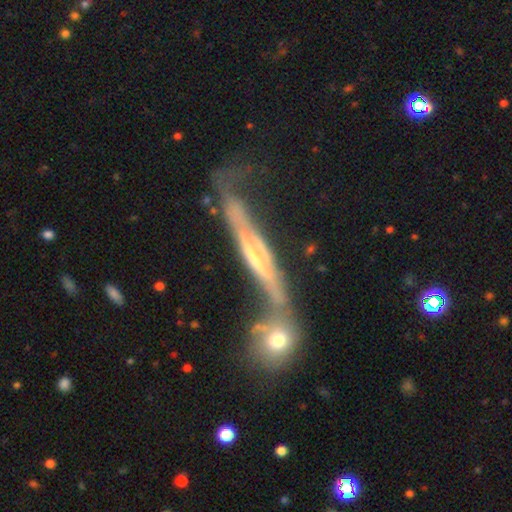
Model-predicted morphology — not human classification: Q: Smooth or featured?
A: featured or disk (76%); runner-up: smooth (16%)
Q: Edge-on disk?
A: yes (80%); runner-up: no (20%)
Q: Edge-on bulge?
A: none (38%); tied with: rounded (38%)
Q: Merging?
A: none (39%); runner-up: merger (30%)